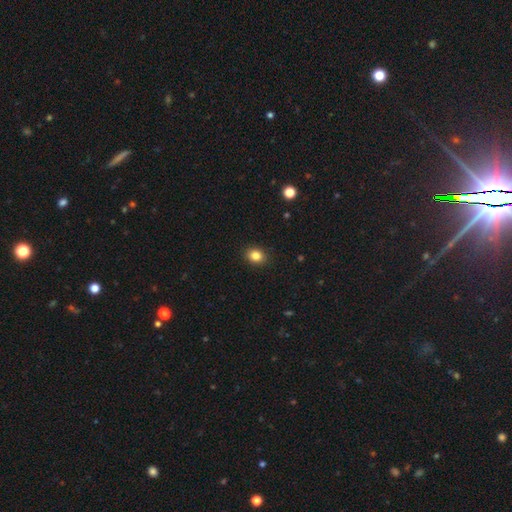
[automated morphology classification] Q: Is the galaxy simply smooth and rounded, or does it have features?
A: smooth — 84%.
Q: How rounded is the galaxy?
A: round — 51%.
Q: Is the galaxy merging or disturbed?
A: none — 90%.